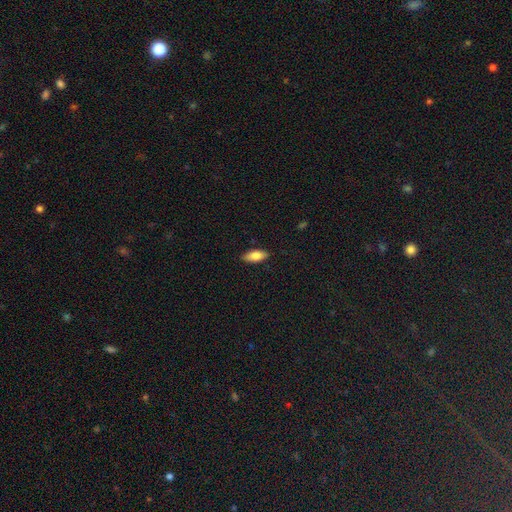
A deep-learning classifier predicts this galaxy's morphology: This is likely a smooth galaxy (79%). How rounded: clearly in between (81%). Merging: clearly none (88%).